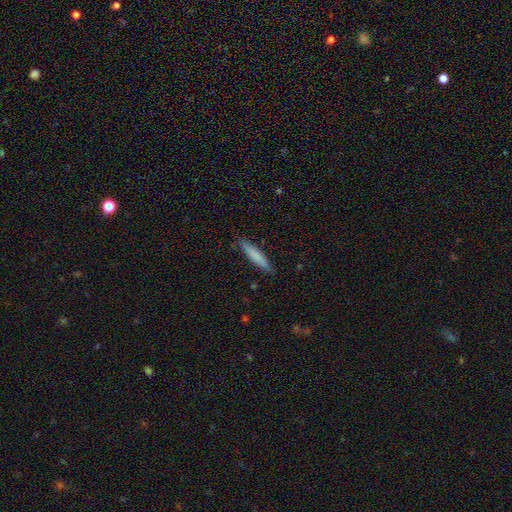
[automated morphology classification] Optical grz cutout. It shows a smooth galaxy with no disk features (76%) that is cigar-shaped (89%). Merging: none (86%).